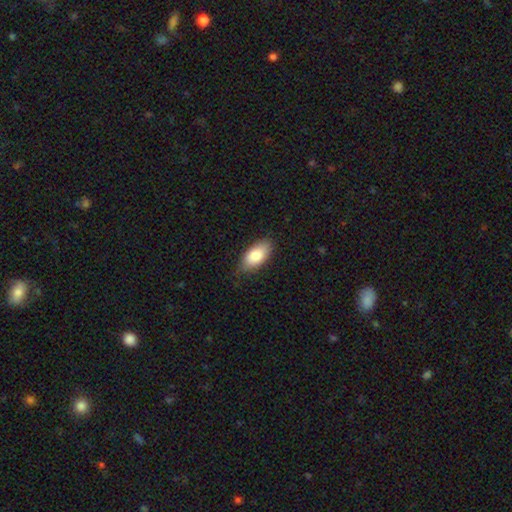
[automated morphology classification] smooth_or_featured: smooth (p=0.82) [alt: featured or disk p=0.11]
how_rounded: in between (p=0.92) [alt: cigar-shaped p=0.05]
merging: none (p=0.78) [alt: minor disturbance p=0.18]